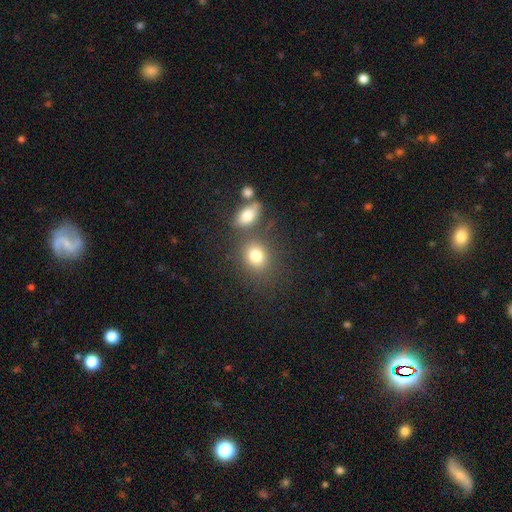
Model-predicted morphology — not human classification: A smooth galaxy with no disk features (79%) that is round (61%). Merging: none (64%).